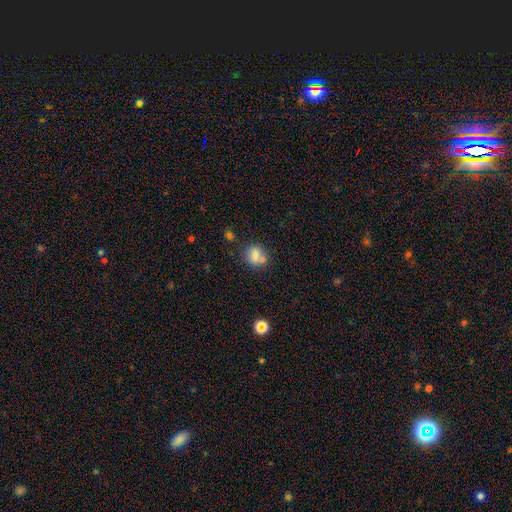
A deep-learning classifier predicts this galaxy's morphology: This is likely a smooth galaxy (75%). How rounded: likely round (63%). Merging: possibly none (56%).